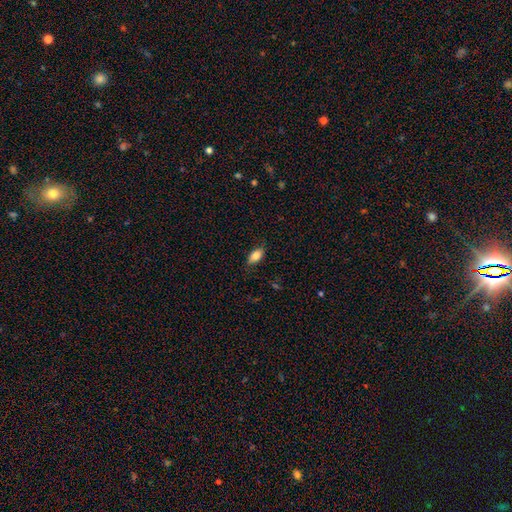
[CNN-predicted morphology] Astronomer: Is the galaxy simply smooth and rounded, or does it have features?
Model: smooth — 82%.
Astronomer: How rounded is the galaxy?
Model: in between — 89%.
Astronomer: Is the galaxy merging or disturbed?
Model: none — 83%.